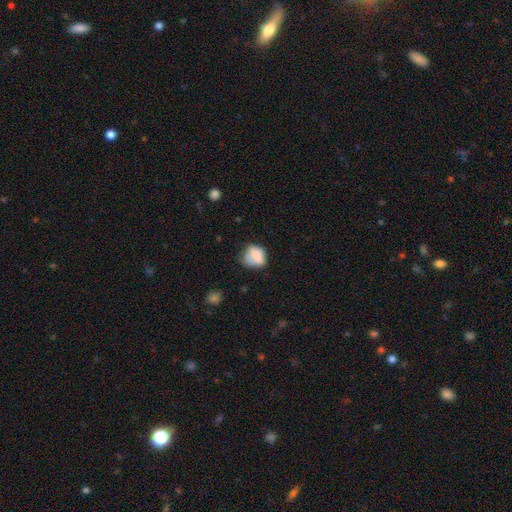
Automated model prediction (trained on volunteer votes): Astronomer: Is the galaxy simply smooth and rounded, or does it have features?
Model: smooth — 76%.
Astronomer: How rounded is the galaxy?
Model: round — 60% (runner-up: in between, 39%).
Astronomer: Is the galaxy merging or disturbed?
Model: none — 48% (runner-up: minor disturbance, 34%).